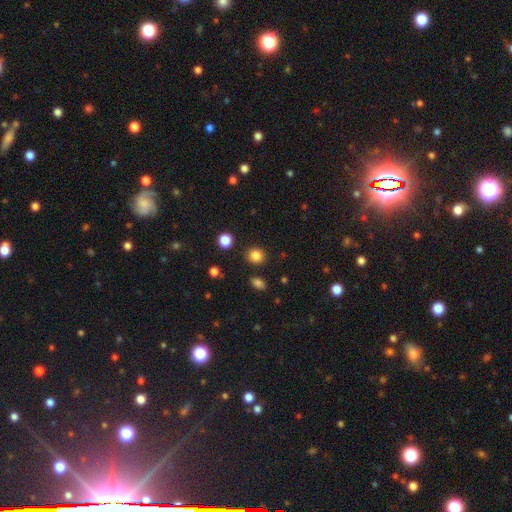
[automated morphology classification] A smooth galaxy with no disk features (84%) that is round (84%). Merging: none (89%).